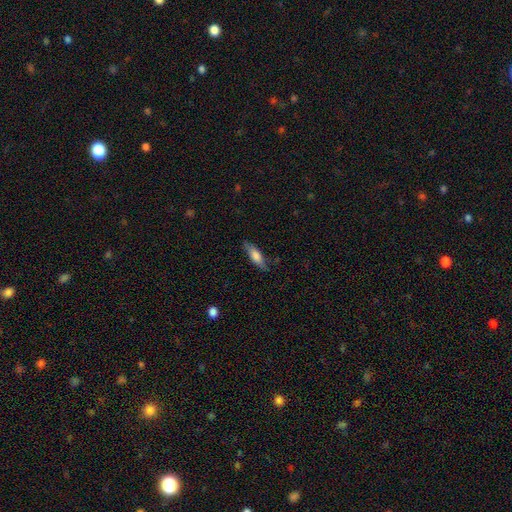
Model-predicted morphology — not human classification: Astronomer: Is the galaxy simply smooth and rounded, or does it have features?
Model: smooth — 71%.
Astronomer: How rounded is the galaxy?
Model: cigar-shaped — 52% (runner-up: in between, 46%).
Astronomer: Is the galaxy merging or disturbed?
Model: none — 80%.